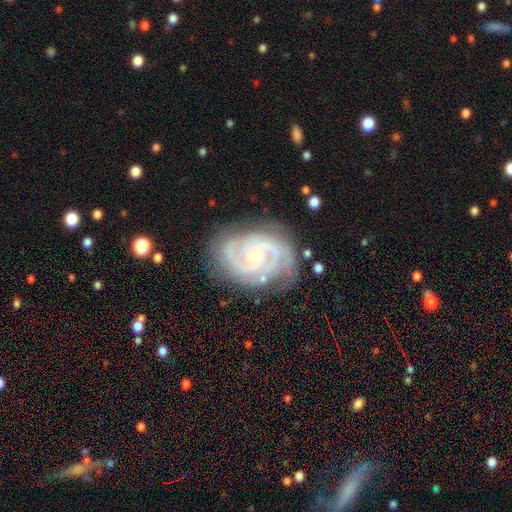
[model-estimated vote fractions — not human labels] Q: Smooth or featured?
A: featured or disk (91%); runner-up: star or artifact (5%)
Q: Edge-on disk?
A: no (98%); runner-up: yes (2%)
Q: Bar?
A: no (62%); runner-up: weak (29%)
Q: Spiral arms?
A: yes (98%); runner-up: no (2%)
Q: Spiral winding?
A: tight (64%); runner-up: medium (32%)
Q: Spiral arm count?
A: 2 (57%); runner-up: 3 (21%)
Q: Bulge size?
A: small (69%); runner-up: moderate (28%)
Q: Merging?
A: none (75%); runner-up: minor disturbance (18%)